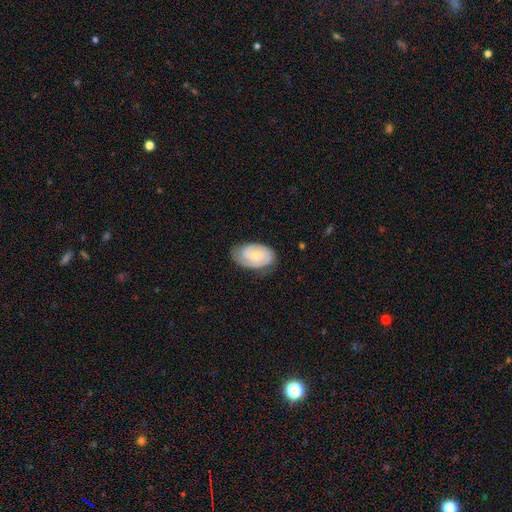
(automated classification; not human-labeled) Smooth or featured? Predicted: featured or disk (p=0.65). Edge-on disk? Predicted: no (p=0.96). Bar? Predicted: no (p=0.70). Spiral arms? Predicted: yes (p=0.89). Spiral winding? Predicted: tight (p=0.60). Spiral arm count? Predicted: 2 (p=0.51). Bulge size? Predicted: small (p=0.52). Merging? Predicted: none (p=0.67).